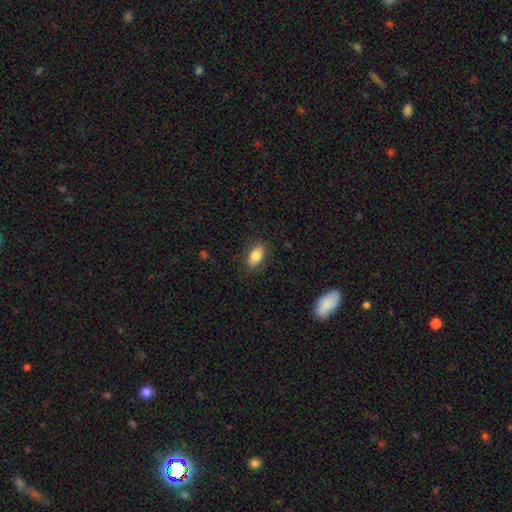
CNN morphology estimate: The model was most divided on "smooth or featured": smooth: 82%, featured or disk: 10%, star or artifact: 8%. More confident: how rounded — in between (89%); merging — none (85%).